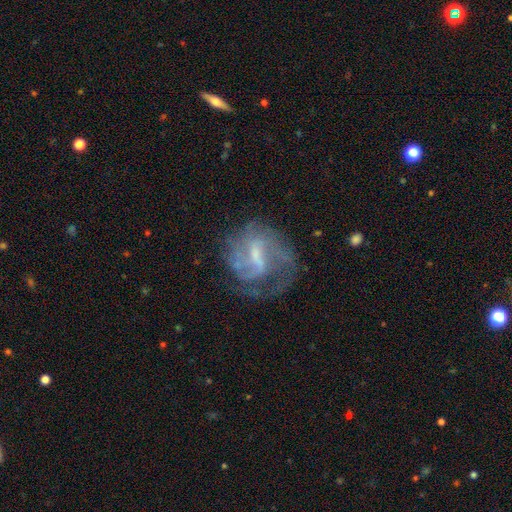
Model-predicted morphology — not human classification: A featured or disk galaxy (79%) with a weak bar (56%), 2 (36%) medium (44%) spiral arms (85%) and a small central bulge (44%).

Vote fractions:
- Smooth or featured? featured or disk: 79% / smooth: 13% / star or artifact: 8%
- Edge-on disk? no: 97% / yes: 3%
- Bar? weak: 56% / strong: 27% / no: 17%
- Spiral arms? yes: 85% / no: 15%
- Spiral winding? medium: 44% / tight: 32% / loose: 24%
- Spiral arm count? 2: 36% / can't tell: 31% / 3: 14% / 1: 12% / 4: 4% / more than 4: 3%
- Bulge size? small: 44% / moderate: 29% / none: 23% / large: 3% / dominant: 1%
- Merging? none: 53% / major disturbance: 24% / minor disturbance: 20% / merger: 2%